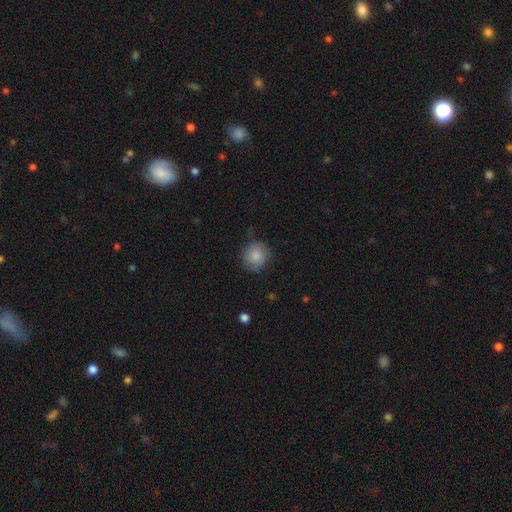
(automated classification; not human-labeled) This appears to be a smooth galaxy with no disk features (83%) that is round (89%). Merging: none (76%).